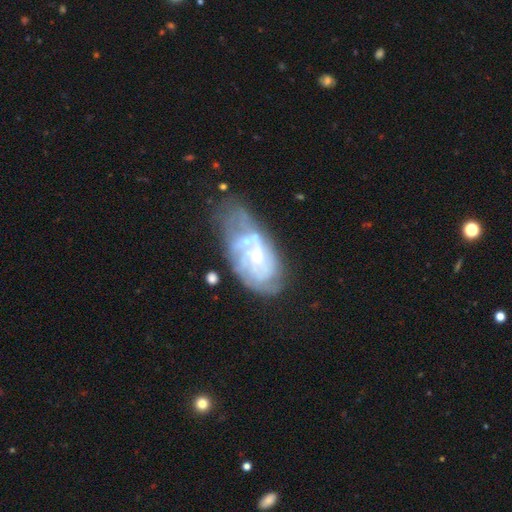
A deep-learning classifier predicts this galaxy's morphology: Q: Smooth or featured?
A: featured or disk (72%); runner-up: smooth (19%)
Q: Edge-on disk?
A: no (95%); runner-up: yes (5%)
Q: Bar?
A: no (62%); runner-up: weak (31%)
Q: Spiral arms?
A: yes (78%); runner-up: no (22%)
Q: Spiral winding?
A: tight (54%); runner-up: medium (34%)
Q: Spiral arm count?
A: can't tell (48%); runner-up: 3 (17%)
Q: Bulge size?
A: small (51%); runner-up: moderate (26%)
Q: Merging?
A: none (39%); runner-up: minor disturbance (29%)